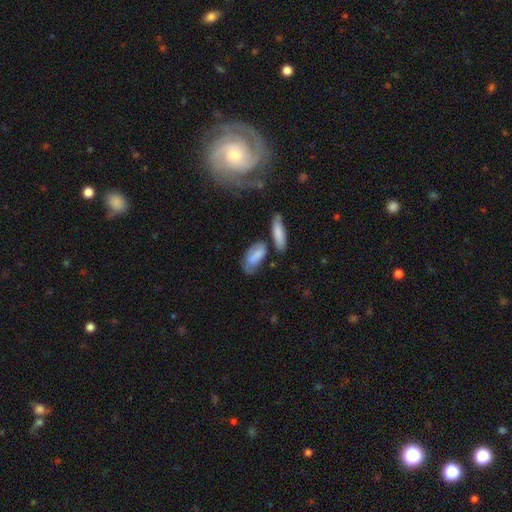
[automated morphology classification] Smooth or featured? smooth (73%)
How rounded? in between (83%)
Merging? none (49%)